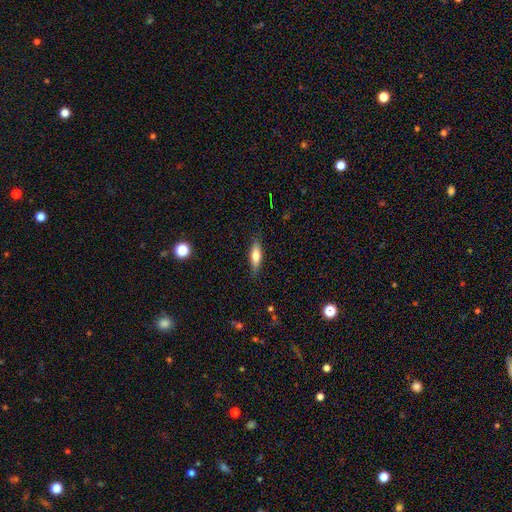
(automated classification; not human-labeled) Smooth or featured? smooth (67%)
How rounded? cigar-shaped (57%)
Merging? none (84%)